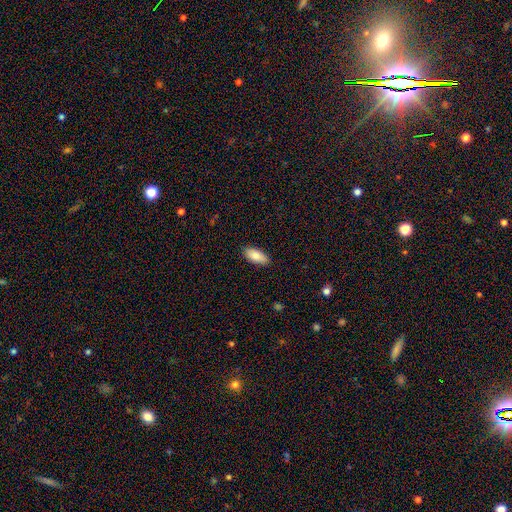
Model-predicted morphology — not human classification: Smooth or featured? Predicted: smooth (p=0.85). How rounded? Predicted: in between (p=0.86). Merging? Predicted: none (p=0.86).